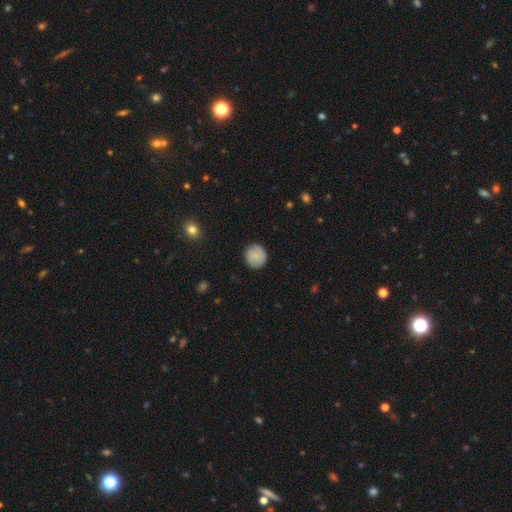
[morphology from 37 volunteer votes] Volunteers were most divided on "smooth or featured": smooth: 73%, featured or disk: 27%, star or artifact: 0%. More confident: how rounded — round (96%); merging — none (81%).